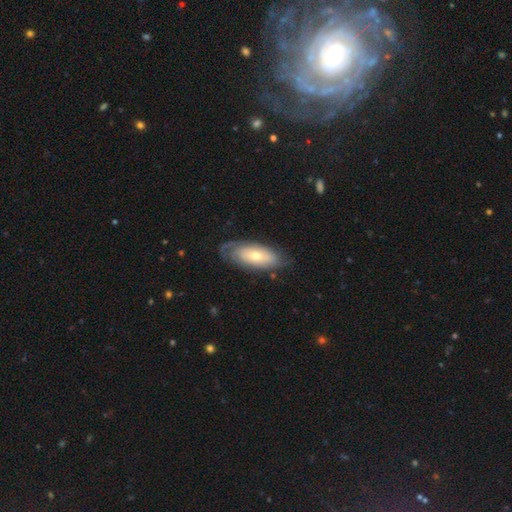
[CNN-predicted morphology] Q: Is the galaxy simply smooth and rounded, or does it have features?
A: featured or disk — 51%.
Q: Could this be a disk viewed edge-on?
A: no — 83%.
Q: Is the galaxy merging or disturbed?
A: none — 65%.